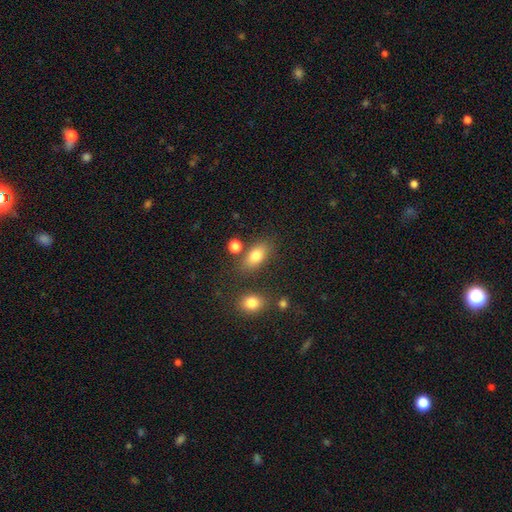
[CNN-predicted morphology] The model was most divided on "merging": none: 73%, minor disturbance: 13%, merger: 9%, major disturbance: 5%. More confident: how rounded — in between (83%); smooth or featured — smooth (80%).